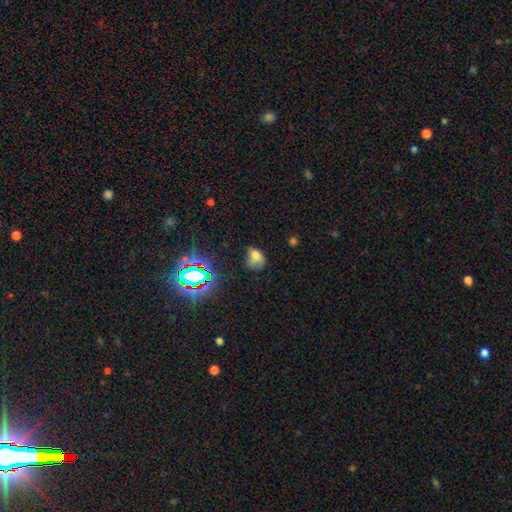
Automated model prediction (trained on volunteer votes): Smooth or featured: smooth — 61% (star or artifact — 22%)
How rounded: in between — 65% (round — 33%)
Merging: minor disturbance — 34% (none — 32%)